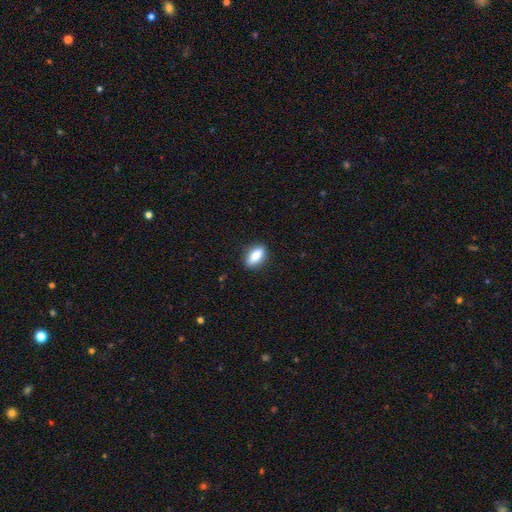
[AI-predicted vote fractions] Smooth or featured? Predicted: smooth (p=0.79). How rounded? Predicted: in between (p=0.77). Merging? Predicted: none (p=0.87).